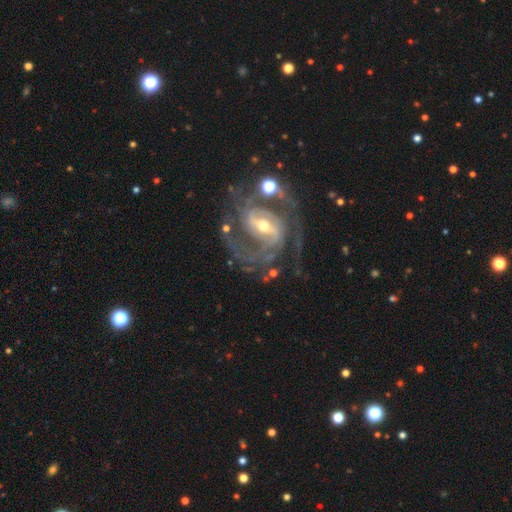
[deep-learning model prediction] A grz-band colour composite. It shows a featured or disk galaxy (88%) with a weak bar (41%), 2 (53%) tight (46%) spiral arms (95%) and a small central bulge (61%). Merging: none (62%).